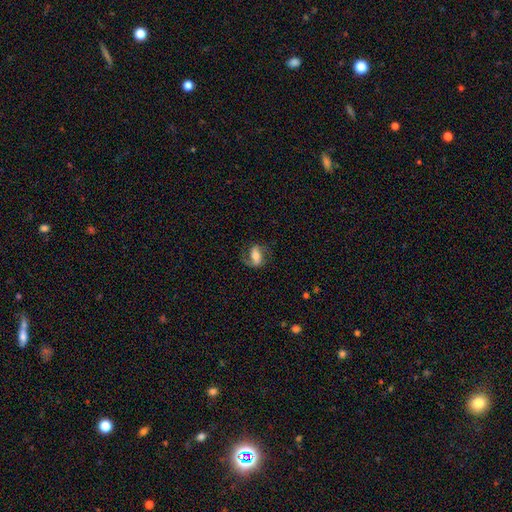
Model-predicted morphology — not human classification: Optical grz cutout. It shows a featured or disk galaxy (56%) with a strong bar (44%), spiral arms (82%) and a moderate central bulge (55%). Merging: none (66%).